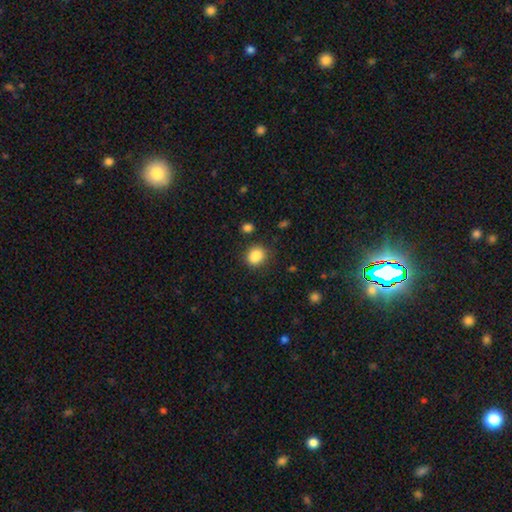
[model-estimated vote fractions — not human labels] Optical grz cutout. It shows a smooth galaxy with no disk features (86%) that is round (65%). Merging: none (78%).